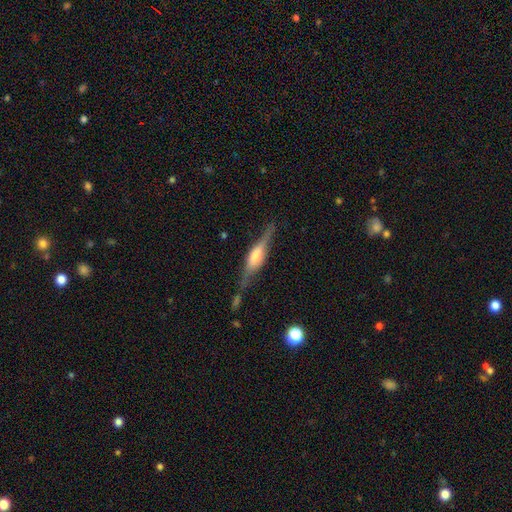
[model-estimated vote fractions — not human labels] This is likely a featured or disk galaxy (73%). It is clearly viewed edge-on (95%). Edge-on bulge: possibly rounded (56%). Merging: likely none (74%).